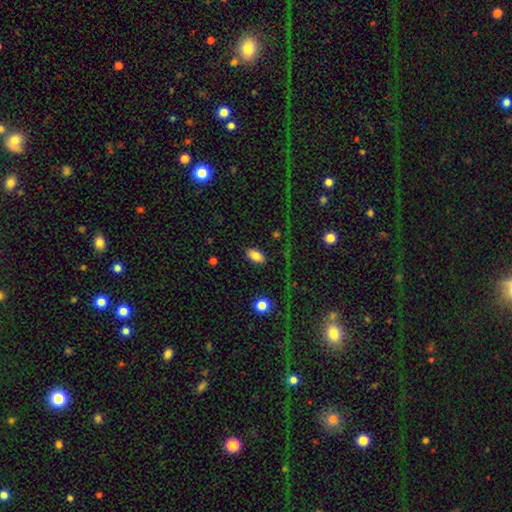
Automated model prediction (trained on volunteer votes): Overall: smooth (83%). How rounded: in between (92%). Merging: none (87%).